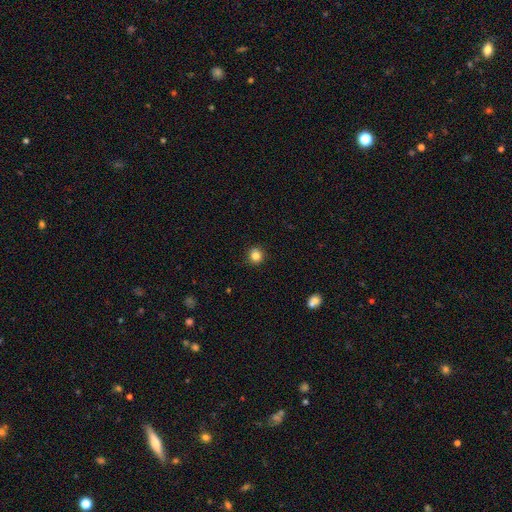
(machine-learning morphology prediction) This appears to be a smooth galaxy with no disk features (84%) that is round (92%). Merging: none (90%).